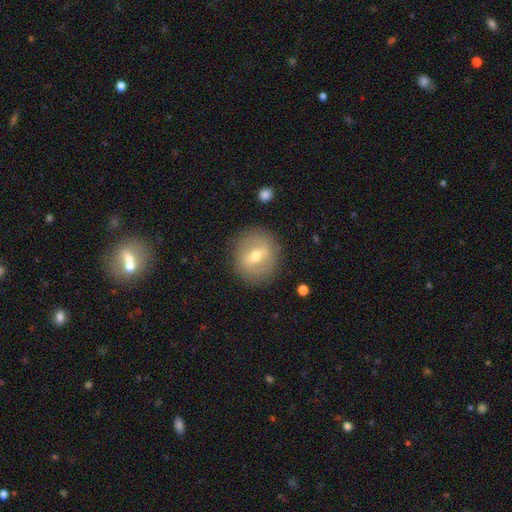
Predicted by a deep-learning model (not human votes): Q: Smooth or featured?
A: featured or disk (48%); runner-up: smooth (43%)
Q: Merging?
A: none (86%); runner-up: minor disturbance (9%)